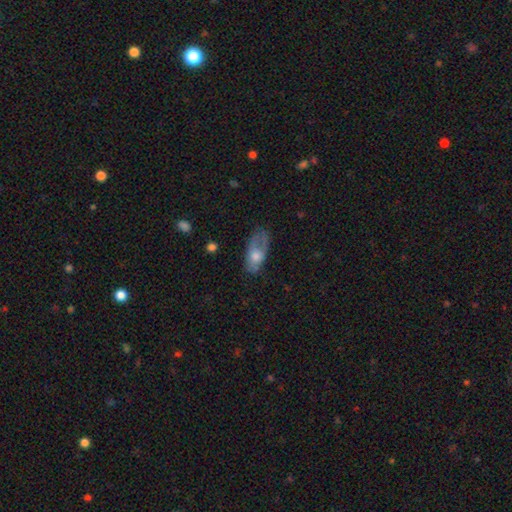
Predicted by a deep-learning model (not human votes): A smooth galaxy with no disk features (59%) that is in between round and cigar-shaped (87%). Merging: none (41%).